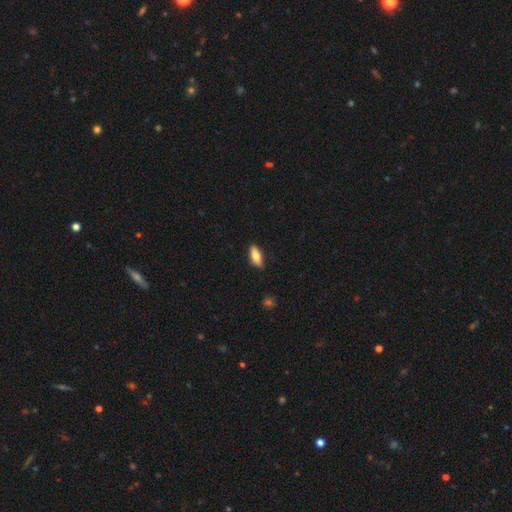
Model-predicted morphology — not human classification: This appears to be a smooth galaxy with no disk features (75%) that is in between round and cigar-shaped (76%). Merging: none (82%).